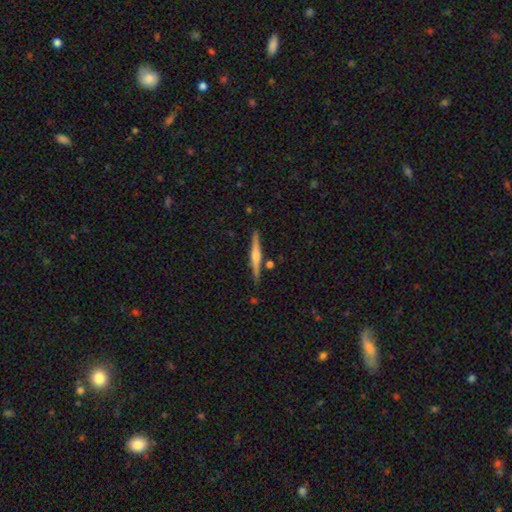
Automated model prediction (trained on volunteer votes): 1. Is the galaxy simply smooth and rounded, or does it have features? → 72% featured or disk, 22% smooth, 6% star or artifact.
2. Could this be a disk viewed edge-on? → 98% yes, 2% no.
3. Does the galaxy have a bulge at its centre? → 83% rounded, 9% boxy, 8% none.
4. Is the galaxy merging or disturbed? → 88% none, 8% minor disturbance, 3% merger, 2% major disturbance.